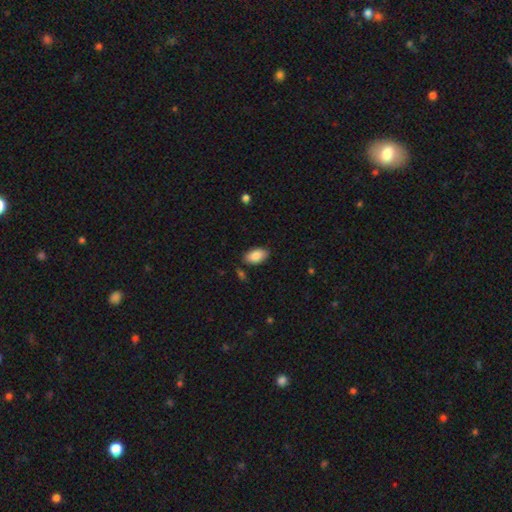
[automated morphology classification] smooth 87%, featured or disk 7%, star or artifact 7%. Down the decision tree: how rounded — in between (95%); merging — none (84%).